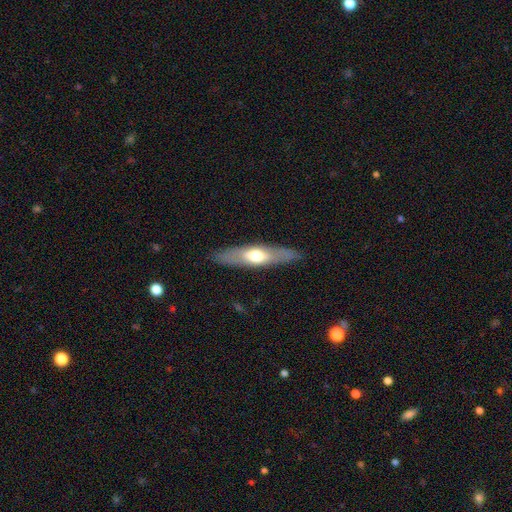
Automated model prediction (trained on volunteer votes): smooth_or_featured: featured or disk (p=0.49) [alt: smooth p=0.46]
merging: none (p=0.86) [alt: minor disturbance p=0.10]